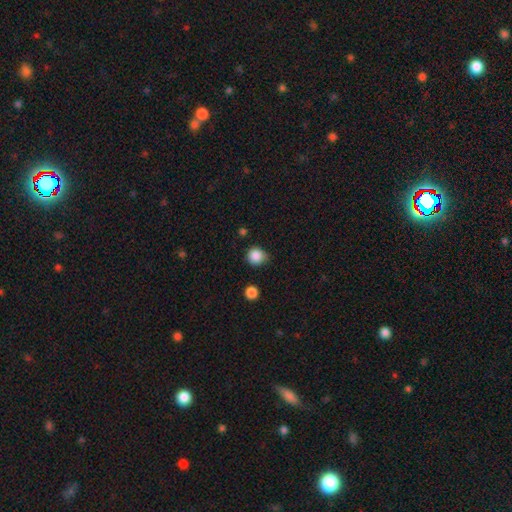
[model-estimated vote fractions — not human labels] smooth_or_featured: smooth (p=0.86) [alt: star or artifact p=0.10]
how_rounded: round (p=0.88) [alt: in between p=0.11]
merging: none (p=0.75) [alt: minor disturbance p=0.18]